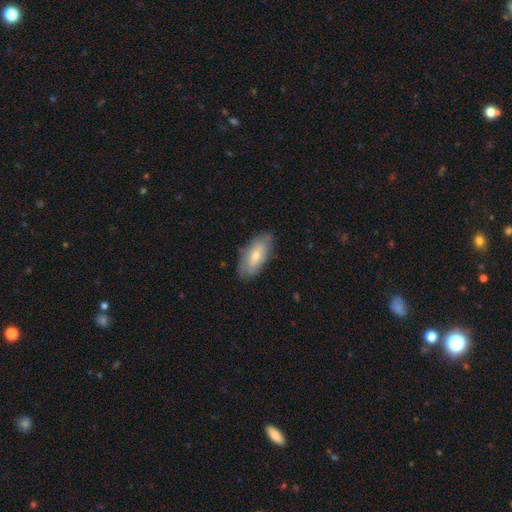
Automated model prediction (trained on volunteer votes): This appears to be a smooth galaxy with no disk features (60%) that is in between round and cigar-shaped (85%). Merging: none (82%).